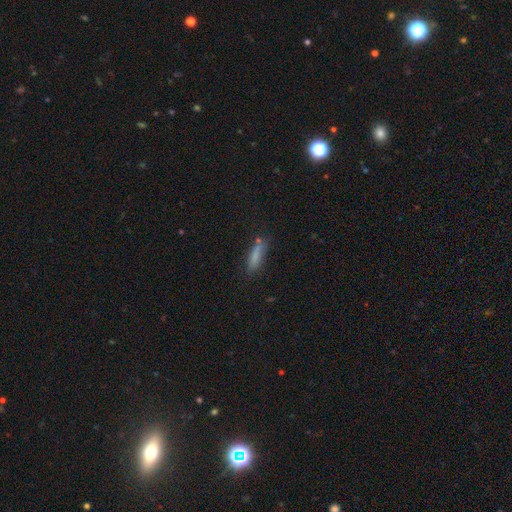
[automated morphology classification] A smooth galaxy with no disk features (79%) that is cigar-shaped (63%). Merging: none (71%).